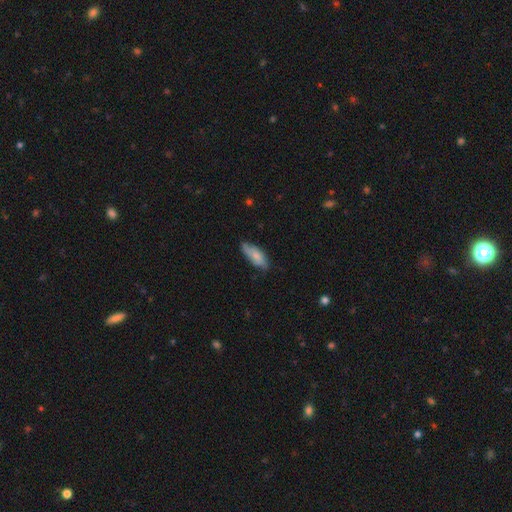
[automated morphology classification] A smooth galaxy with no disk features (69%) that is in between round and cigar-shaped (74%). Merging: none (66%).